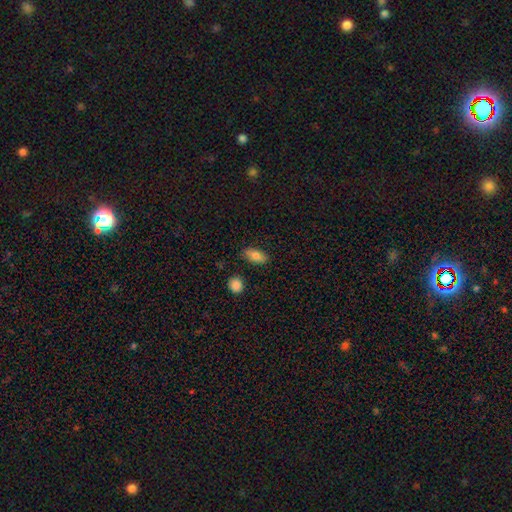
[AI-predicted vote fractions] A smooth galaxy with no disk features (80%) that is in between round and cigar-shaped (88%). Merging: none (83%).